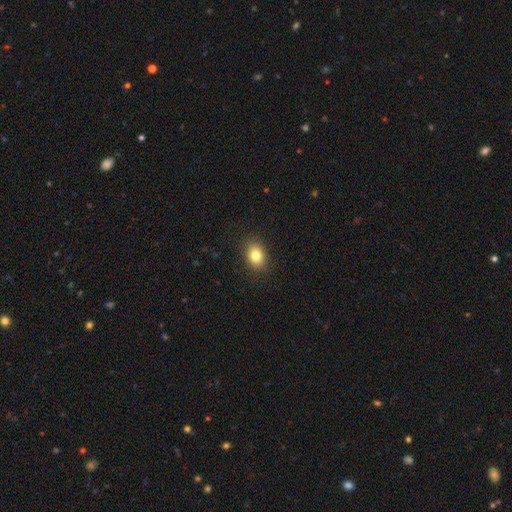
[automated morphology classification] Q: Smooth or featured?
A: smooth (82%); runner-up: star or artifact (10%)
Q: How rounded?
A: in between (62%); runner-up: round (37%)
Q: Merging?
A: none (87%); runner-up: minor disturbance (10%)